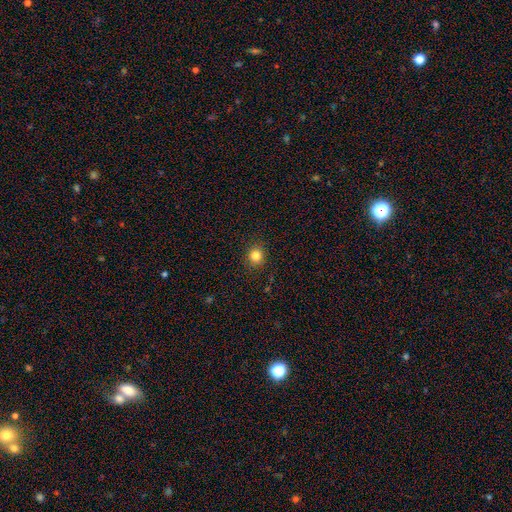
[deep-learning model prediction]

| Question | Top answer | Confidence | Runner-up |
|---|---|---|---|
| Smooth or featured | smooth | 82% | star or artifact (12%) |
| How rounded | round | 86% | in between (13%) |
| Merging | none | 90% | minor disturbance (7%) |